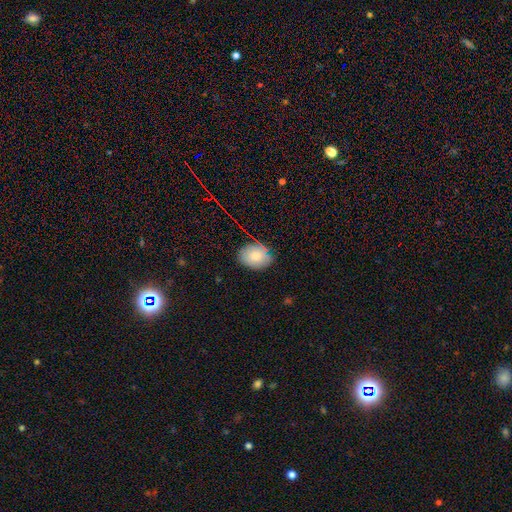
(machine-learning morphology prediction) Overall: smooth (80%). How rounded: in between (68%; round 31%). Merging: none (78%).